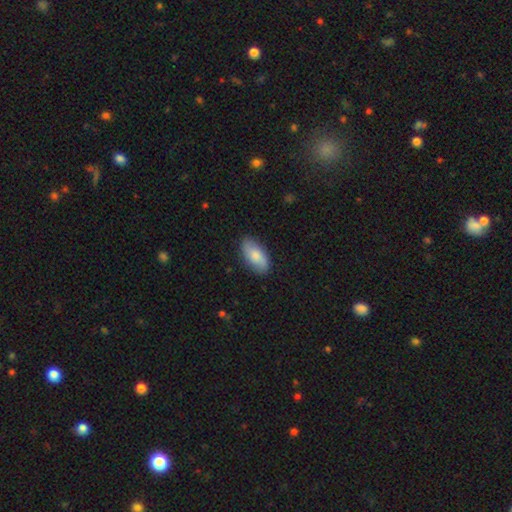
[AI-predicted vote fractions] Smooth or featured?
  - smooth: 76% *
  - featured or disk: 18%
  - star or artifact: 6%
How rounded?
  - in between: 92% *
  - cigar-shaped: 5%
  - round: 3%
Merging?
  - none: 85% *
  - minor disturbance: 12%
  - major disturbance: 2%
  - merger: 1%